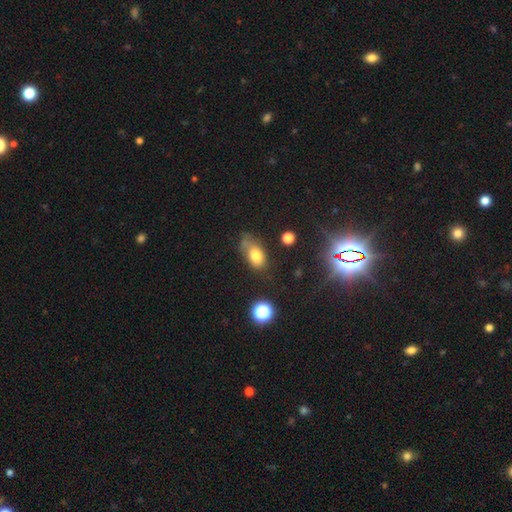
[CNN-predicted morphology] smooth-or-featured: smooth: 76% | featured or disk: 13% | star or artifact: 12%
  how-rounded: in between: 82% | round: 15% | cigar-shaped: 3%
  merging: none: 44% | minor disturbance: 31% | major disturbance: 15% | merger: 10%